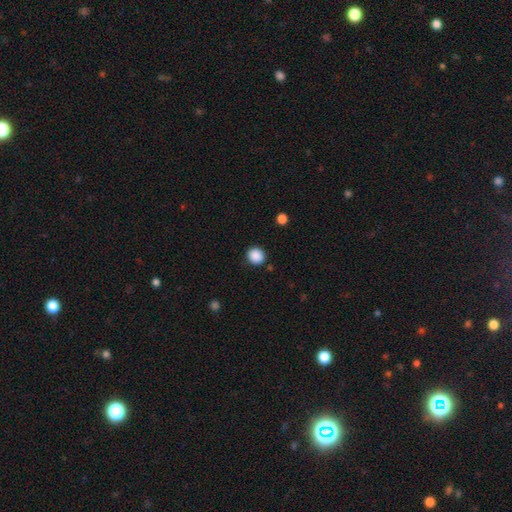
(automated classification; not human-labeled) smooth 89%, star or artifact 9%, featured or disk 3%. Down the decision tree: how rounded — round (85%); merging — none (88%).